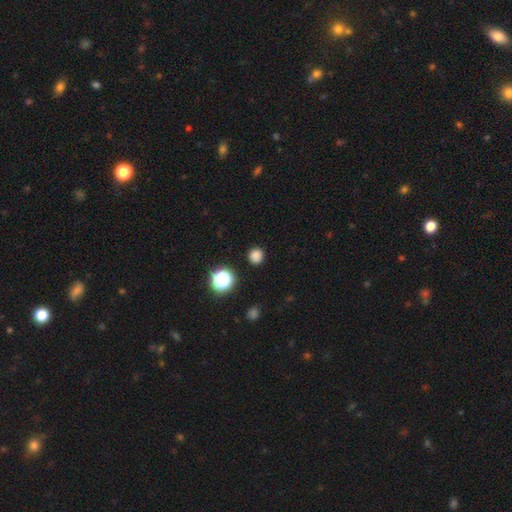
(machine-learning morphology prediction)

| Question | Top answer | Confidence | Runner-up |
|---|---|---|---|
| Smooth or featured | smooth | 81% | star or artifact (16%) |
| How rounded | round | 92% | in between (7%) |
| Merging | none | 90% | minor disturbance (6%) |